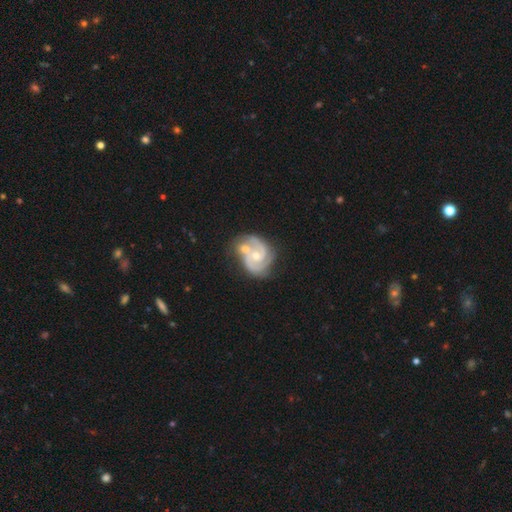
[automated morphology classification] Q: Smooth or featured?
A: featured or disk (89%); runner-up: smooth (7%)
Q: Edge-on disk?
A: no (98%); runner-up: yes (2%)
Q: Bar?
A: no (64%); runner-up: weak (30%)
Q: Spiral arms?
A: yes (97%); runner-up: no (3%)
Q: Spiral winding?
A: tight (46%); runner-up: medium (45%)
Q: Spiral arm count?
A: 2 (68%); runner-up: 3 (19%)
Q: Bulge size?
A: moderate (57%); runner-up: small (39%)
Q: Merging?
A: merger (42%); runner-up: none (34%)